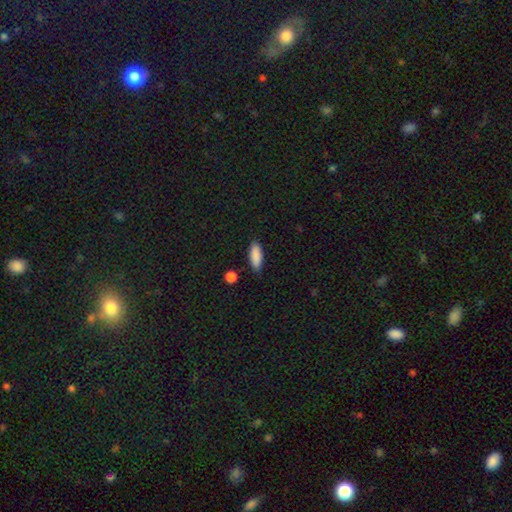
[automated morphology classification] Smooth or featured? smooth (88%)
How rounded? in between (67%)
Merging? none (83%)